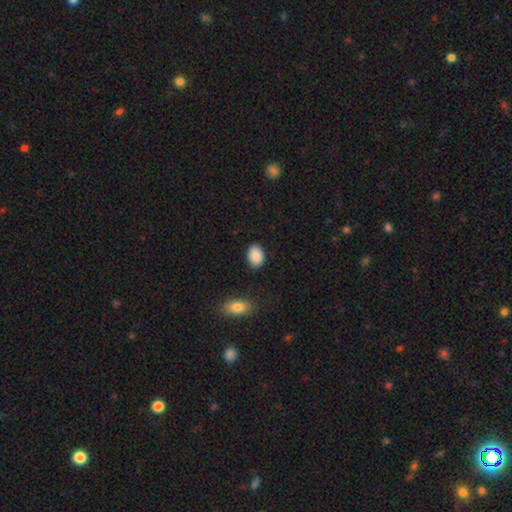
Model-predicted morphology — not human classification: Smooth or featured: smooth — 90% (star or artifact — 7%)
How rounded: in between — 78% (round — 21%)
Merging: none — 85% (minor disturbance — 10%)